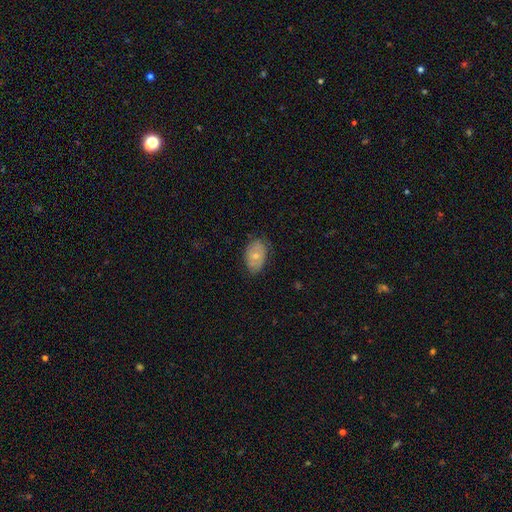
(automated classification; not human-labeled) Smooth or featured?
  - smooth: 65% *
  - featured or disk: 28%
  - star or artifact: 7%
How rounded?
  - in between: 88% *
  - round: 11%
  - cigar-shaped: 1%
Merging?
  - none: 73% *
  - minor disturbance: 21%
  - major disturbance: 4%
  - merger: 1%